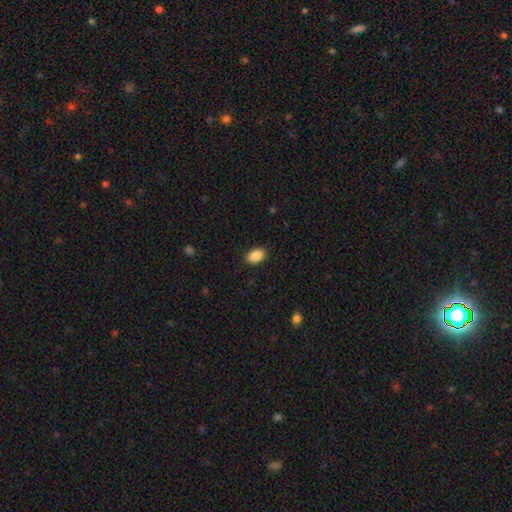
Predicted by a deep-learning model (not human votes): smooth 89%, star or artifact 8%, featured or disk 3%. Down the decision tree: how rounded — in between (87%); merging — none (89%).